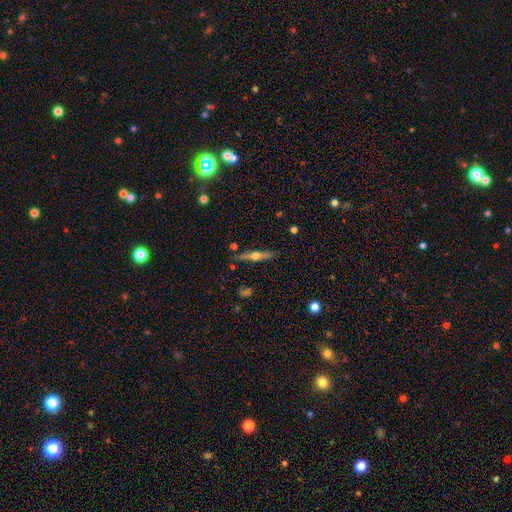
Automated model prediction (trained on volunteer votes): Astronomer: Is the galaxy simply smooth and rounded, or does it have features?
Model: featured or disk — 67%.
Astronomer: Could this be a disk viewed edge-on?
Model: yes — 97%.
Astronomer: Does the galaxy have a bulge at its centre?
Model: rounded — 94%.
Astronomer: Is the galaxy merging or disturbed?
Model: none — 86%.